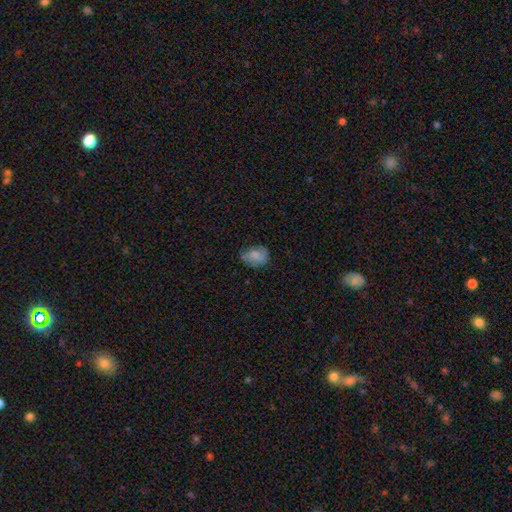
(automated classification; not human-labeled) Smooth or featured? smooth (71%)
How rounded? in between (67%)
Merging? none (60%)